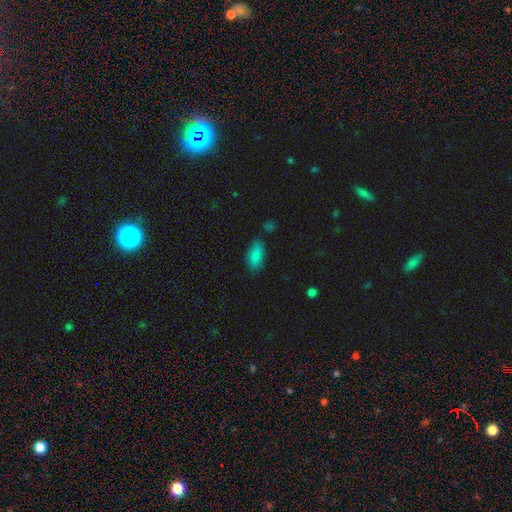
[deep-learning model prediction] smooth-or-featured: smooth: 85% | star or artifact: 8% | featured or disk: 7%
  how-rounded: in between: 90% | cigar-shaped: 8% | round: 3%
  merging: none: 78% | minor disturbance: 15% | major disturbance: 3% | merger: 3%